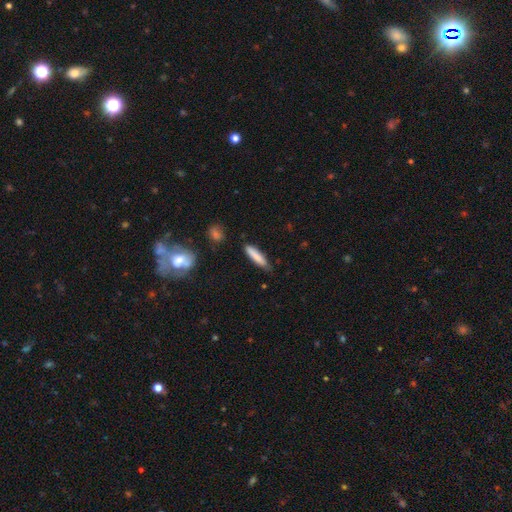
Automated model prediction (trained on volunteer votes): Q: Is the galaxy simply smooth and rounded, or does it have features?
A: smooth — 82%.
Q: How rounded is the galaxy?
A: cigar-shaped — 84%.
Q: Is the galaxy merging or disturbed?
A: none — 80%.